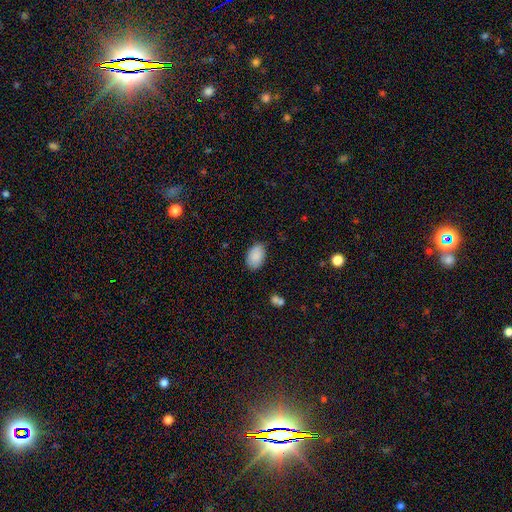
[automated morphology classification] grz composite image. It shows a smooth galaxy with no disk features (89%) that is in between round and cigar-shaped (90%). Merging: none (82%).